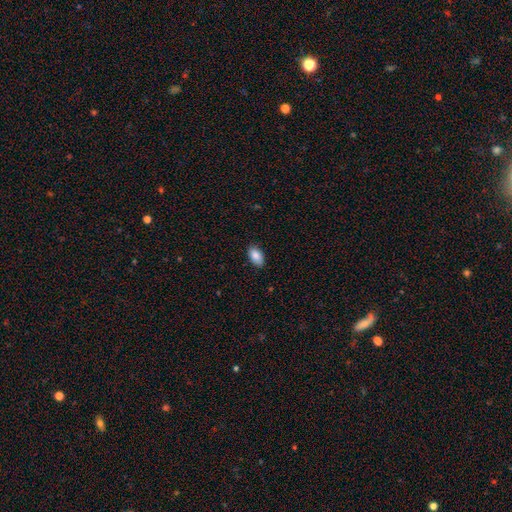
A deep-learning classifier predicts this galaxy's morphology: This appears to be a smooth galaxy with no disk features (88%) that is in between round and cigar-shaped (94%). Merging: none (87%).